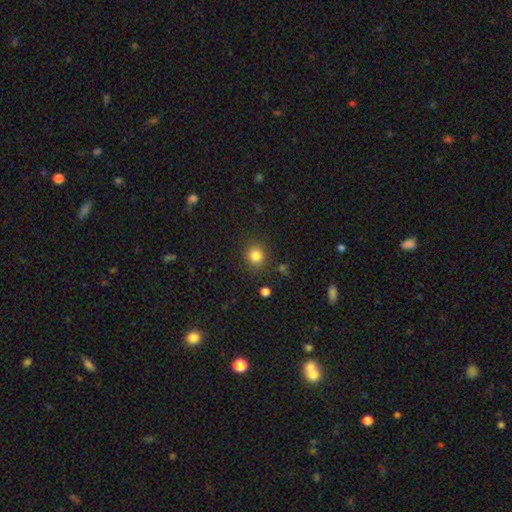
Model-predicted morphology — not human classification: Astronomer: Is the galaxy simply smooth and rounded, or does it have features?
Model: smooth — 83%.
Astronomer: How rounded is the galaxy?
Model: round — 89%.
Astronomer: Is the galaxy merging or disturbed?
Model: none — 87%.